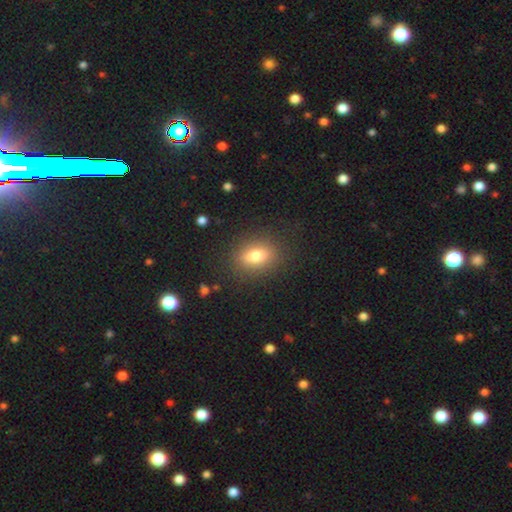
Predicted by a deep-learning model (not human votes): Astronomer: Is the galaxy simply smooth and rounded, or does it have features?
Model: smooth — 75%.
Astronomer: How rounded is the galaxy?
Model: in between — 71%.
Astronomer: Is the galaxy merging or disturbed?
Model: none — 85%.